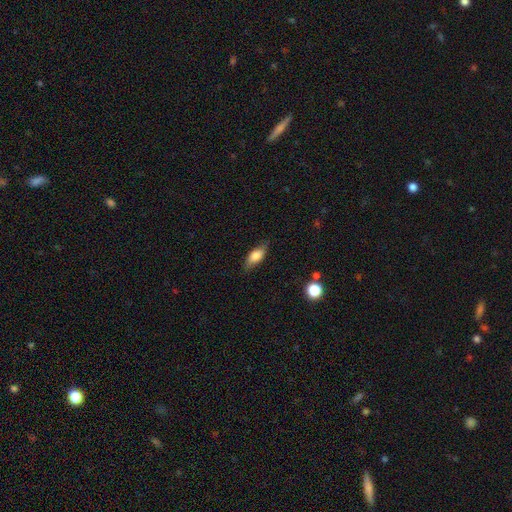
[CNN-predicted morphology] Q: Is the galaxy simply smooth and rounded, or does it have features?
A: smooth — 74%.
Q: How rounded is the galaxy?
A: in between — 77%.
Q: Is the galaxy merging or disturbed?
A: none — 77%.